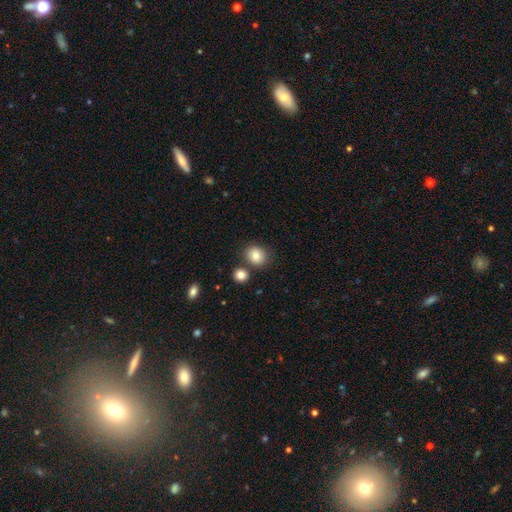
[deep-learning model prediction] A smooth galaxy with no disk features (81%) that is round (73%). Merging: none (75%).